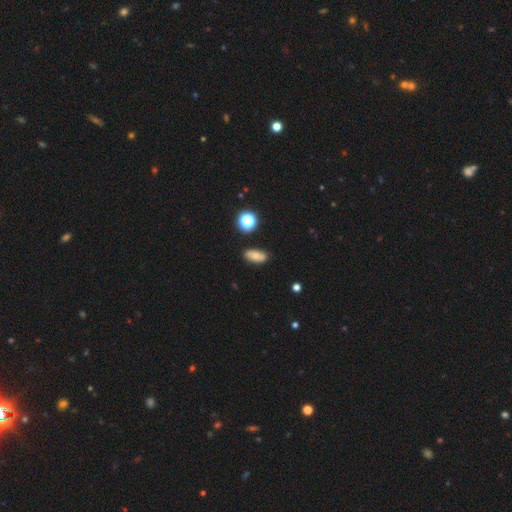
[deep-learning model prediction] Smooth or featured? Predicted: smooth (p=0.71). How rounded? Predicted: in between (p=0.82). Merging? Predicted: none (p=0.81).